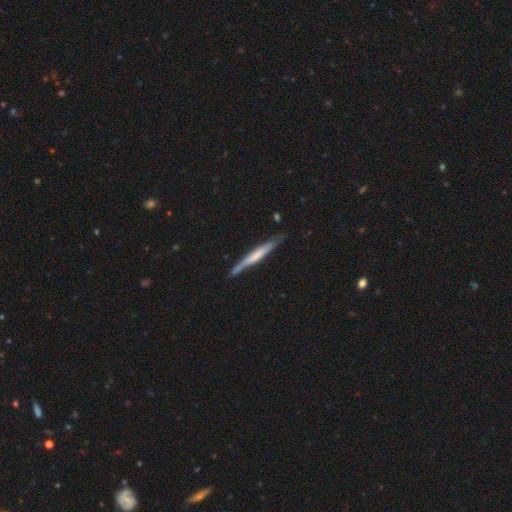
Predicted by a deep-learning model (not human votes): Smooth or featured: featured or disk — 52% (smooth — 43%)
Edge-on disk: yes — 93% (no — 7%)
Merging: none — 75% (minor disturbance — 19%)